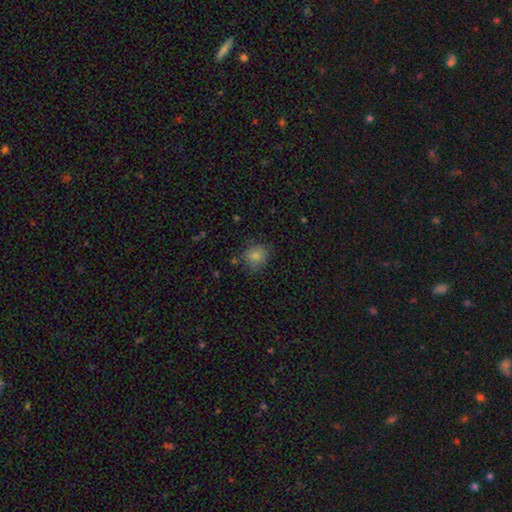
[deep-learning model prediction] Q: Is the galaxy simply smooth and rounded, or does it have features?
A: smooth — 83%.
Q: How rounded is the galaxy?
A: round — 80%.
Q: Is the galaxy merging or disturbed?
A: none — 79%.